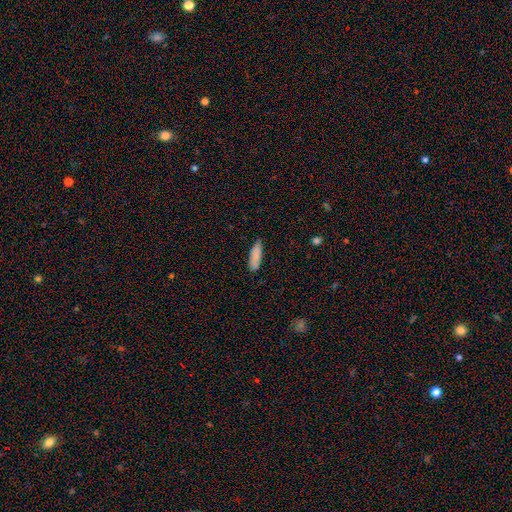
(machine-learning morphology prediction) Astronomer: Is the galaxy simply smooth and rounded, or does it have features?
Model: smooth — 85%.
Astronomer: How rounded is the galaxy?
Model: in between — 53% (runner-up: cigar-shaped, 46%).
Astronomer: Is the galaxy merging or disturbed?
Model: none — 76%.